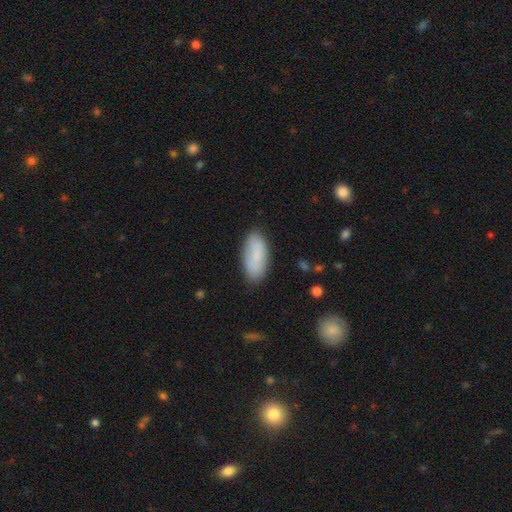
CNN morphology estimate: This appears to be a smooth galaxy with no disk features (81%) that is in between round and cigar-shaped (88%). Merging: none (82%).